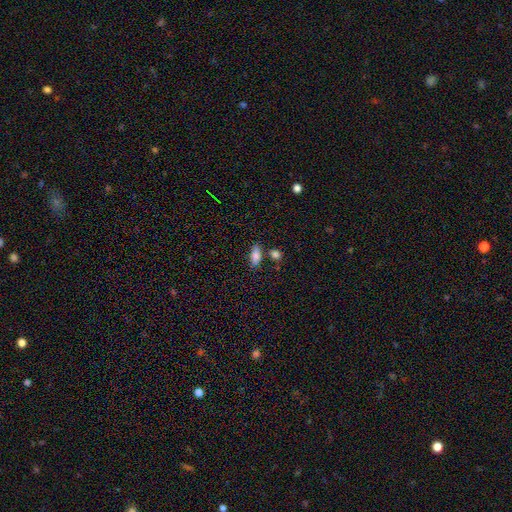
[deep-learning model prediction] Smooth or featured: smooth — 82% (featured or disk — 10%)
How rounded: in between — 82% (cigar-shaped — 14%)
Merging: none — 73% (minor disturbance — 14%)